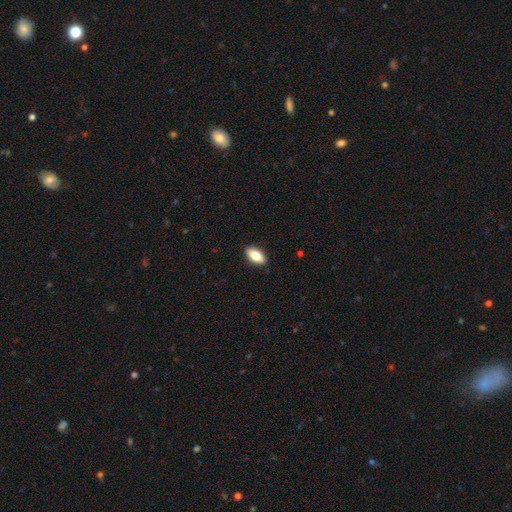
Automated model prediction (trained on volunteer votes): A smooth galaxy with no disk features (81%) that is in between round and cigar-shaped (91%). Merging: none (90%).